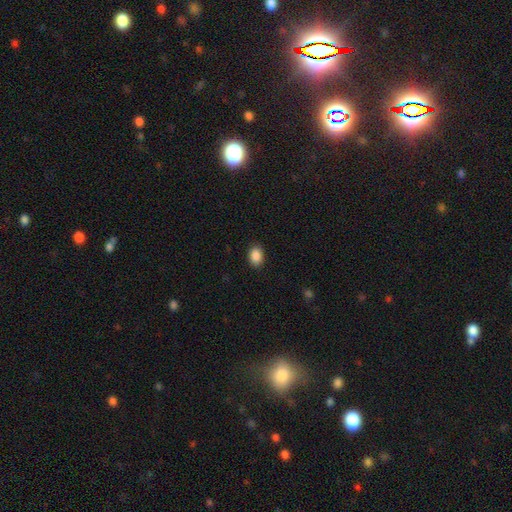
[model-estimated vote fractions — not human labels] Morphology: type=smooth (89%); roundness=in between (74%); merging=none (89%).